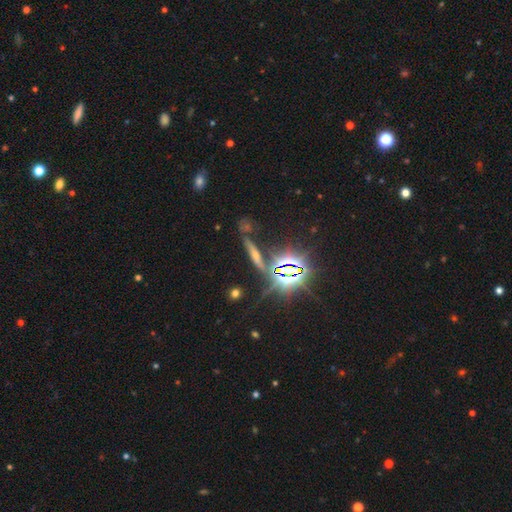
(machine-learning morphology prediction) This is marginally a star or artifact rather than a galaxy (40%).